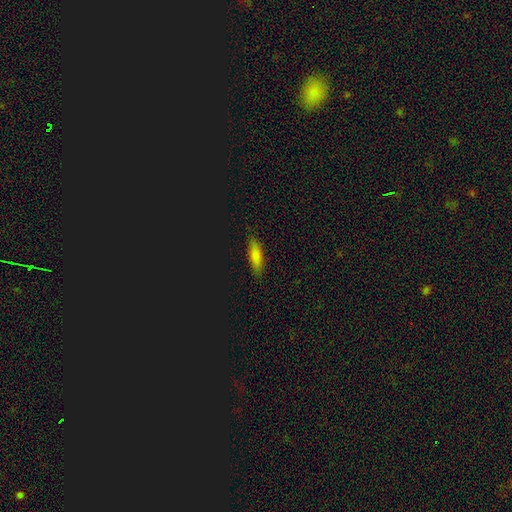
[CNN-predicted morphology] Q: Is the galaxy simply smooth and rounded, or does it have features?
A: smooth — 77%.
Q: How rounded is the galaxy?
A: in between — 57%.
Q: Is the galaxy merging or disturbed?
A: none — 87%.